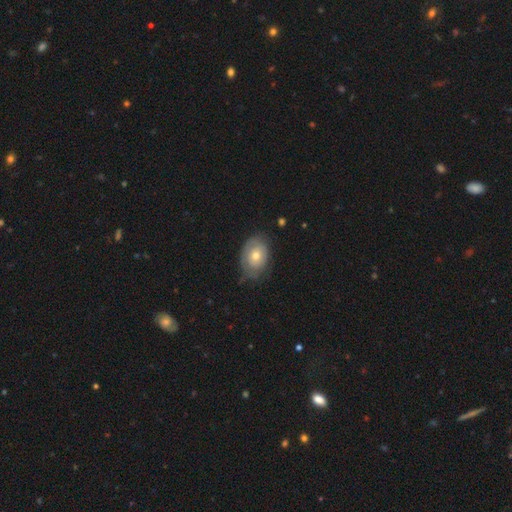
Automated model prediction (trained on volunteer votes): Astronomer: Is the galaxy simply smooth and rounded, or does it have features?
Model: smooth — 49% (runner-up: featured or disk, 44%).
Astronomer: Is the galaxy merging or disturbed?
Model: none — 66%.